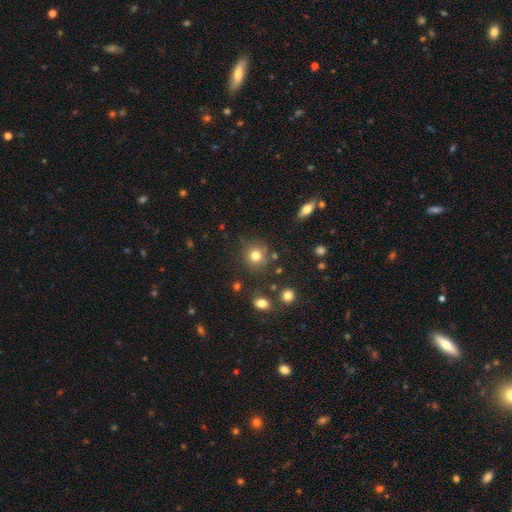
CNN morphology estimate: The model was most divided on "smooth or featured": smooth: 79%, star or artifact: 13%, featured or disk: 8%. More confident: how rounded — round (90%); merging — none (80%).